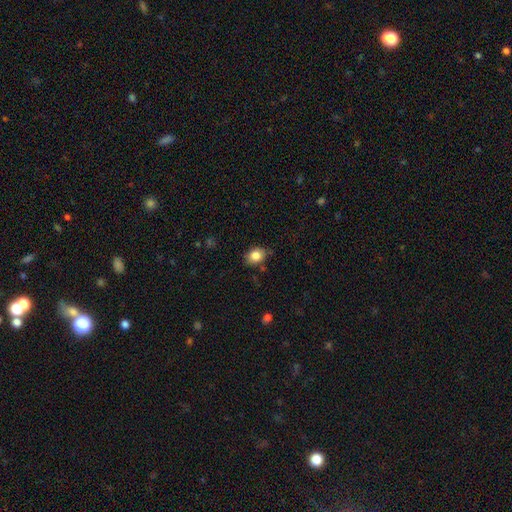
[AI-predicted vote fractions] Morphology: type=smooth (84%); roundness=in between (61%); merging=none (80%).